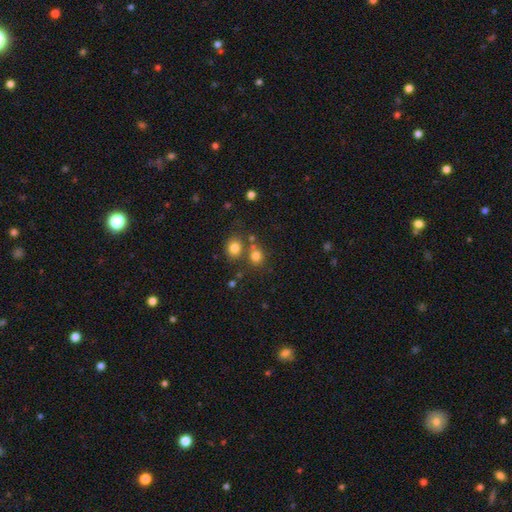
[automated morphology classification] This appears to be a smooth galaxy with no disk features (77%) that is round (74%). Merging: none (61%).